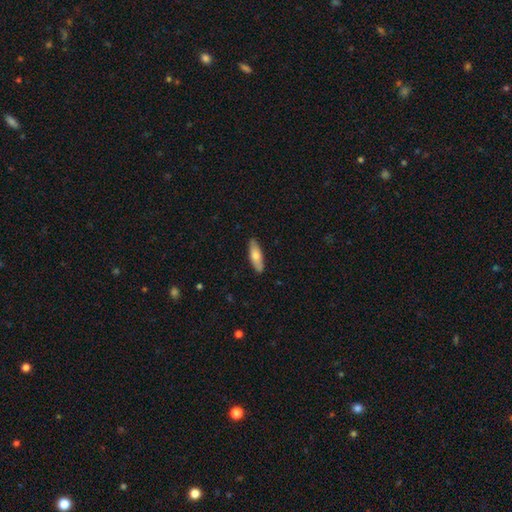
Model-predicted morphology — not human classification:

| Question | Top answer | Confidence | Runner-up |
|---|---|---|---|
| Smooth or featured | smooth | 70% | featured or disk (24%) |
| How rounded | in between | 51% | cigar-shaped (47%) |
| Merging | none | 88% | minor disturbance (9%) |